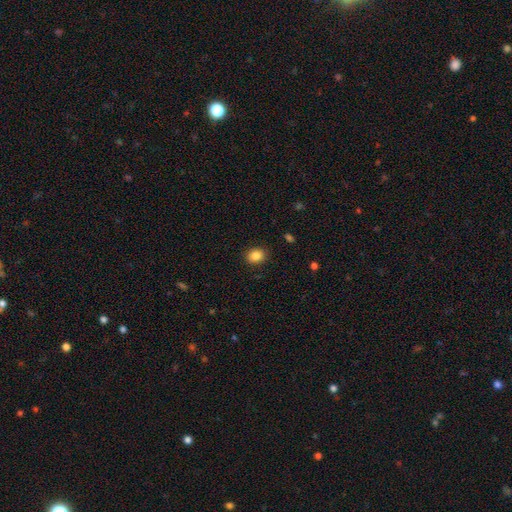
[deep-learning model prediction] A smooth galaxy with no disk features (85%) that is round (52%). Merging: none (89%).